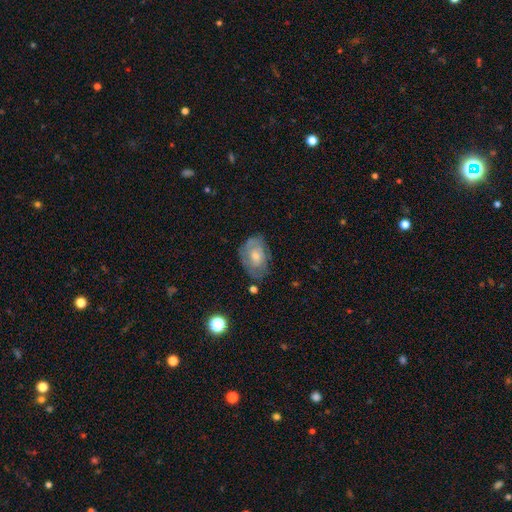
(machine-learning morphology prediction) Smooth or featured?
  - smooth: 47% *
  - featured or disk: 46%
  - star or artifact: 7%
Merging?
  - none: 62% *
  - minor disturbance: 26%
  - major disturbance: 9%
  - merger: 2%